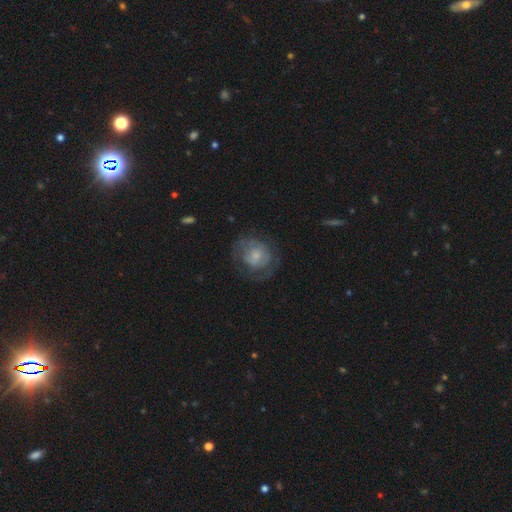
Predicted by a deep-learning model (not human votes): Overall: featured or disk (49%; smooth 44%). Merging: none (61%).